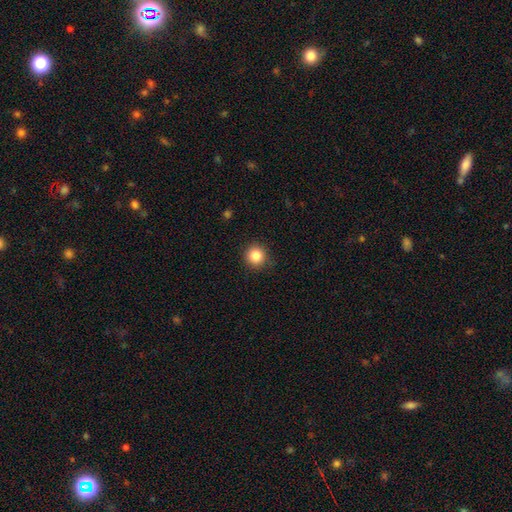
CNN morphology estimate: smooth_or_featured: smooth (p=0.85) [alt: star or artifact p=0.11]
how_rounded: round (p=0.95) [alt: in between p=0.04]
merging: none (p=0.91) [alt: minor disturbance p=0.06]